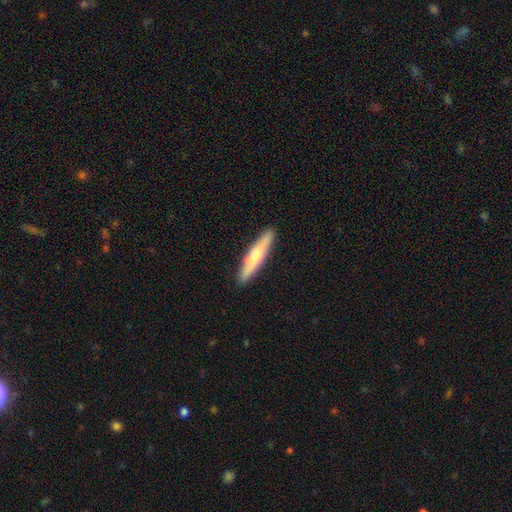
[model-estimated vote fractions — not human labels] Morphology: type=smooth (60%); roundness=cigar-shaped (90%); merging=none (91%).